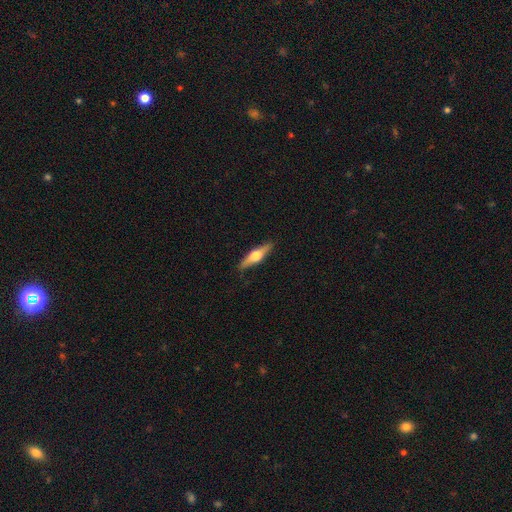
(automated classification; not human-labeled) A featured or disk galaxy (58%) viewed edge-on (95%) with a rounded central bulge (95%). Merging: none (89%).